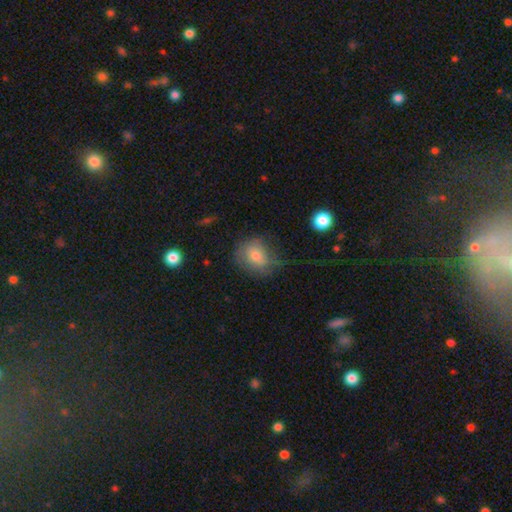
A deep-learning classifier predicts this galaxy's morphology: Smooth or featured?
  - smooth: 74% *
  - featured or disk: 17%
  - star or artifact: 9%
How rounded?
  - round: 58% *
  - in between: 41%
  - cigar-shaped: 1%
Merging?
  - none: 54% *
  - minor disturbance: 31%
  - major disturbance: 14%
  - merger: 2%